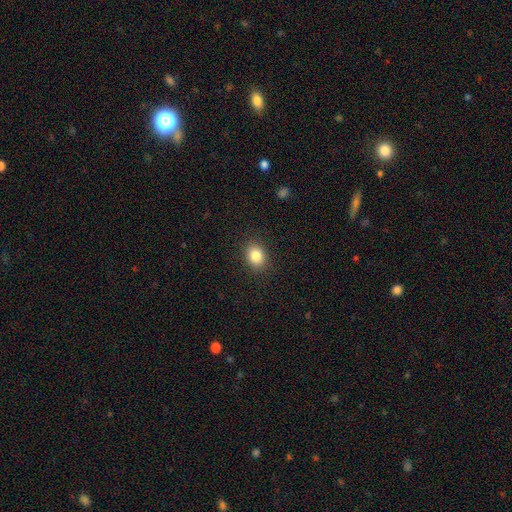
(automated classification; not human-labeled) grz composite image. It shows a smooth galaxy with no disk features (84%) that is in between round and cigar-shaped (53%). Merging: none (89%).